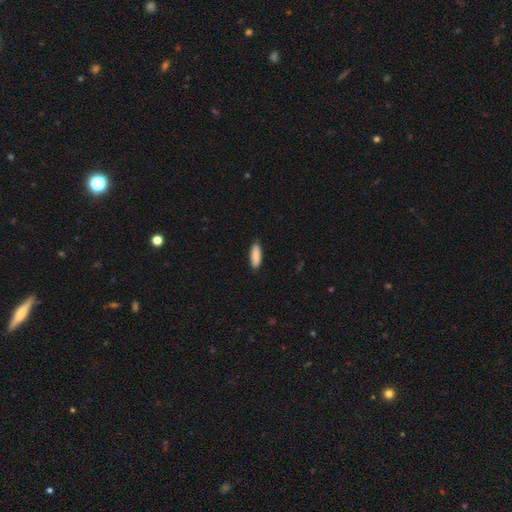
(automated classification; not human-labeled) Smooth or featured?
  - smooth: 89% *
  - star or artifact: 6%
  - featured or disk: 5%
How rounded?
  - in between: 52% *
  - cigar-shaped: 46%
  - round: 1%
Merging?
  - none: 88% *
  - minor disturbance: 9%
  - major disturbance: 2%
  - merger: 1%